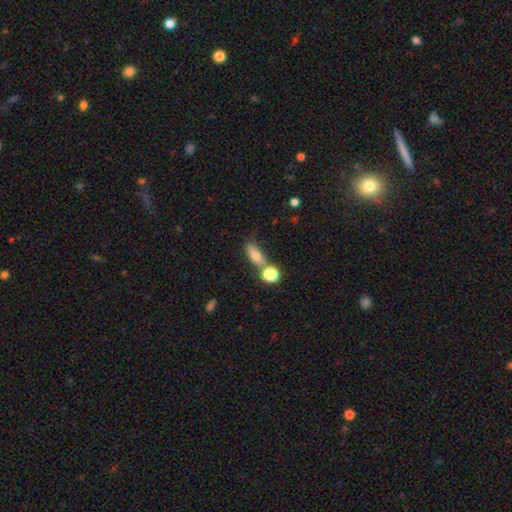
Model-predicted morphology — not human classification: Q: Smooth or featured?
A: smooth (72%); runner-up: featured or disk (17%)
Q: How rounded?
A: in between (67%); runner-up: cigar-shaped (22%)
Q: Merging?
A: none (59%); runner-up: merger (22%)